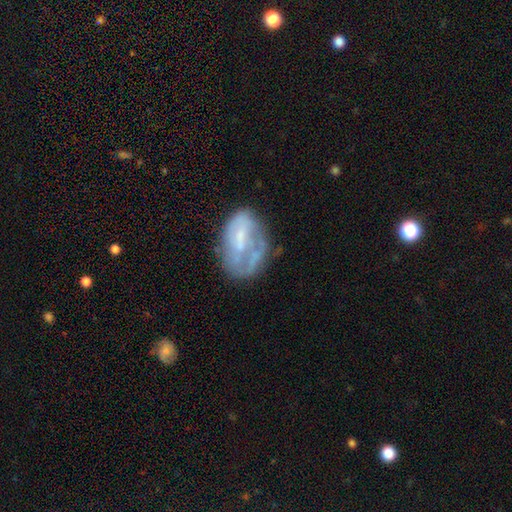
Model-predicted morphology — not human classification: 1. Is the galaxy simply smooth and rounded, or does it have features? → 55% featured or disk, 37% smooth, 9% star or artifact.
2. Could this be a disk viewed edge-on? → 96% no, 4% yes.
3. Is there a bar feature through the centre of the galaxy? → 55% no, 33% weak, 12% strong.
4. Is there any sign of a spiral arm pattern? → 71% no, 29% yes.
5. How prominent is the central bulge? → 39% small, 33% none, 24% moderate, 3% large, 1% dominant.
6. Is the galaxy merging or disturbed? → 41% none, 26% minor disturbance, 25% major disturbance, 8% merger.